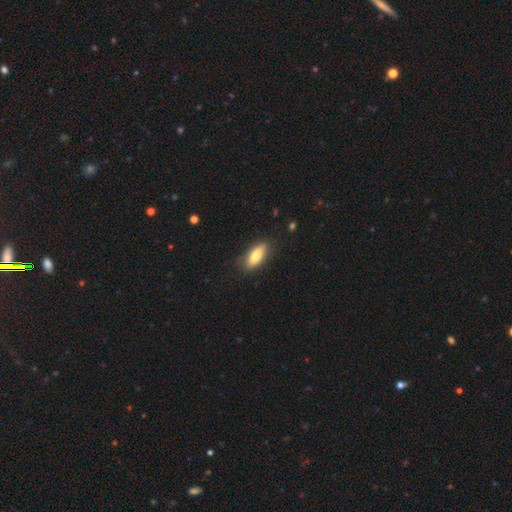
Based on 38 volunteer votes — smooth 76%, featured or disk 18%, star or artifact 5%. Down the decision tree: how rounded — in between (52%); merging — none (75%).